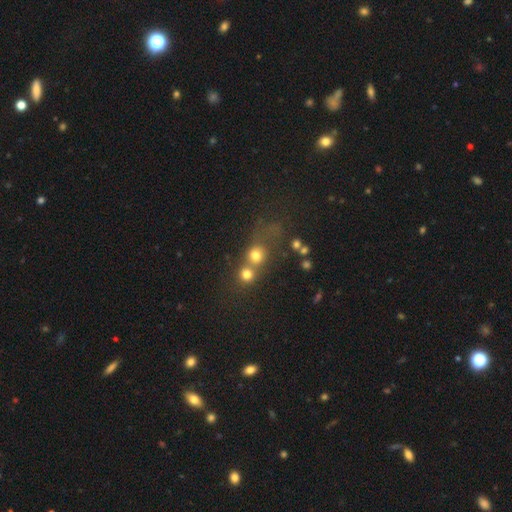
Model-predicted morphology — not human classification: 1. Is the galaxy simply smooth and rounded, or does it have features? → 71% smooth, 17% star or artifact, 12% featured or disk.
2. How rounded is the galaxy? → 83% round, 16% in between, 1% cigar-shaped.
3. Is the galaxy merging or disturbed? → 52% merger, 36% none, 7% minor disturbance, 6% major disturbance.